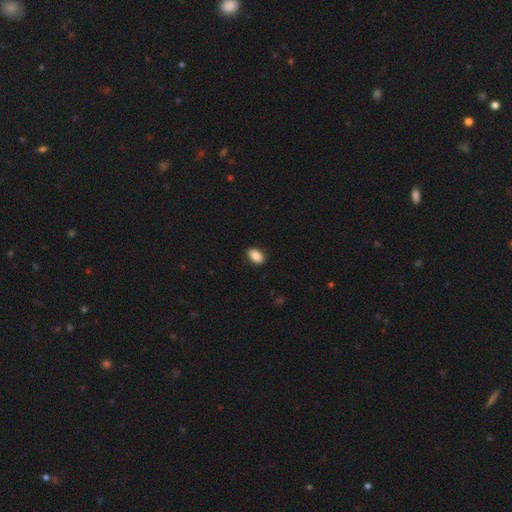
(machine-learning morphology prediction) Q: Smooth or featured?
A: smooth (88%); runner-up: star or artifact (8%)
Q: How rounded?
A: in between (90%); runner-up: round (9%)
Q: Merging?
A: none (89%); runner-up: minor disturbance (9%)